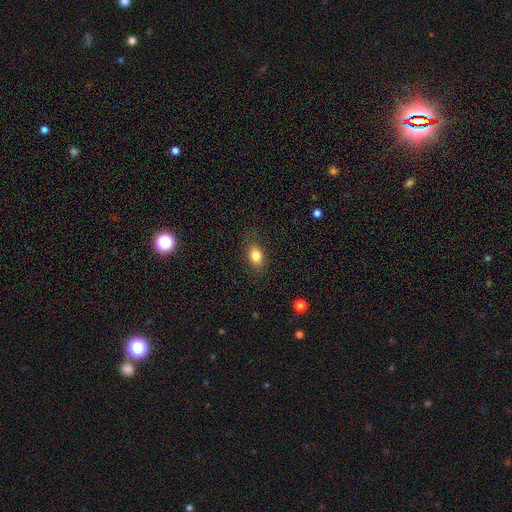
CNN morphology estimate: This appears to be a smooth galaxy with no disk features (82%) that is in between round and cigar-shaped (76%). Merging: none (79%).